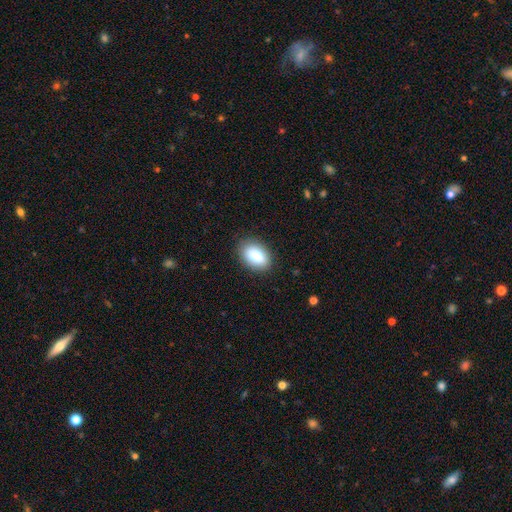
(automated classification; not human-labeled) Smooth or featured? Predicted: smooth (p=0.84). How rounded? Predicted: in between (p=0.87). Merging? Predicted: none (p=0.87).